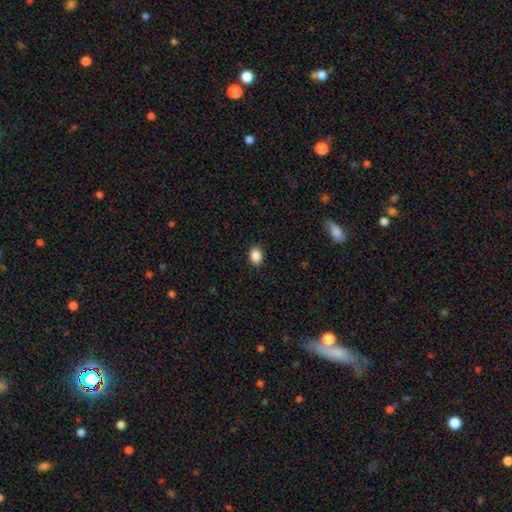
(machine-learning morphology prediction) Smooth or featured? Predicted: smooth (p=0.88). How rounded? Predicted: in between (p=0.62). Merging? Predicted: none (p=0.89).